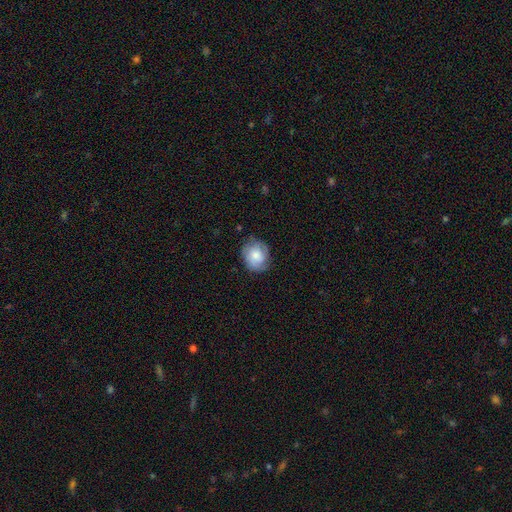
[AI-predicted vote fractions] smooth 62%, featured or disk 31%, star or artifact 7%. Down the decision tree: how rounded — round (69%); merging — none (70%).